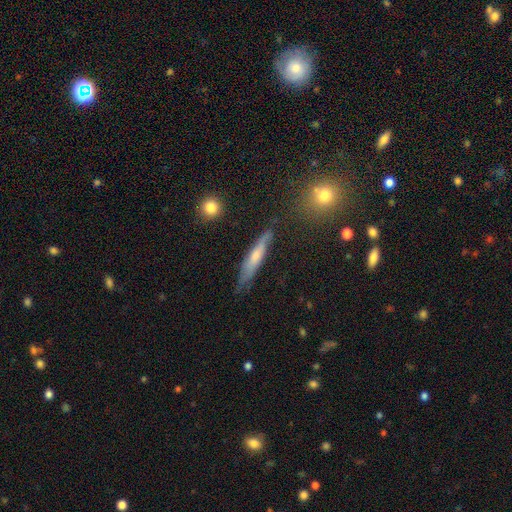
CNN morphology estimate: The model was most divided on "smooth or featured": smooth: 49%, featured or disk: 44%, star or artifact: 7%. More confident: merging — none (73%).